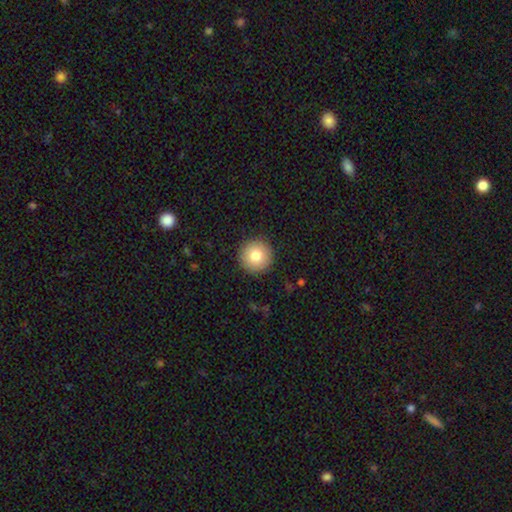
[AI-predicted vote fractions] This is clearly a smooth galaxy (80%). How rounded: clearly round (96%). Merging: clearly none (92%).